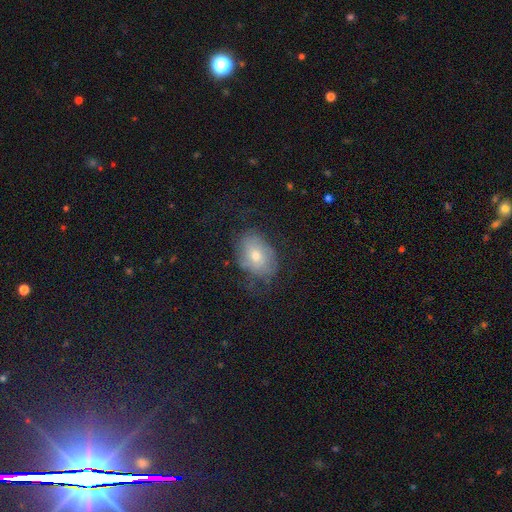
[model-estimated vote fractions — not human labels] This appears to be a smooth galaxy with no disk features (52%) that is in between round and cigar-shaped (81%). Merging: none (63%).